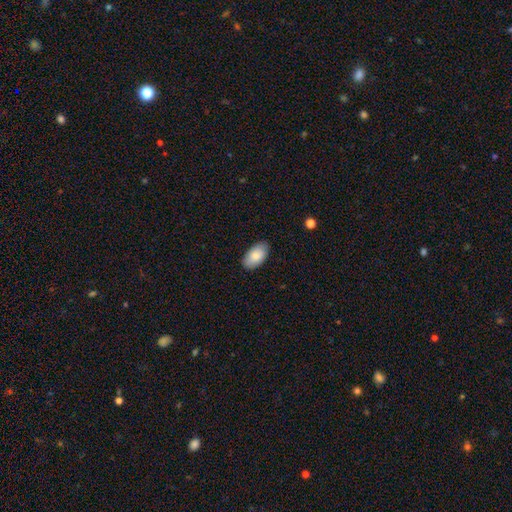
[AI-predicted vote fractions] This is clearly a smooth galaxy (82%). How rounded: clearly in between (95%). Merging: clearly none (84%).